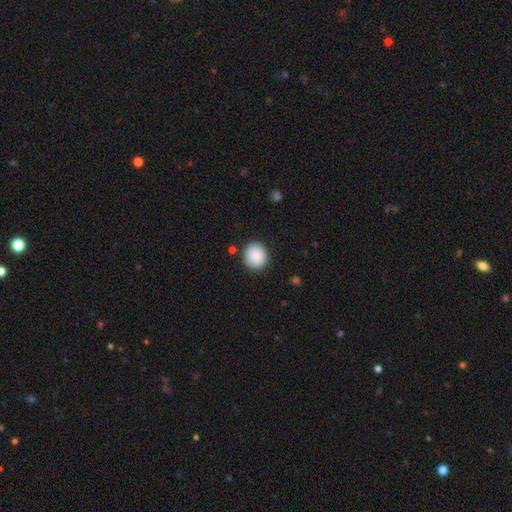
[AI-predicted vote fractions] smooth_or_featured: smooth (p=0.90) [alt: star or artifact p=0.07]
how_rounded: round (p=0.88) [alt: in between p=0.11]
merging: none (p=0.90) [alt: minor disturbance p=0.07]